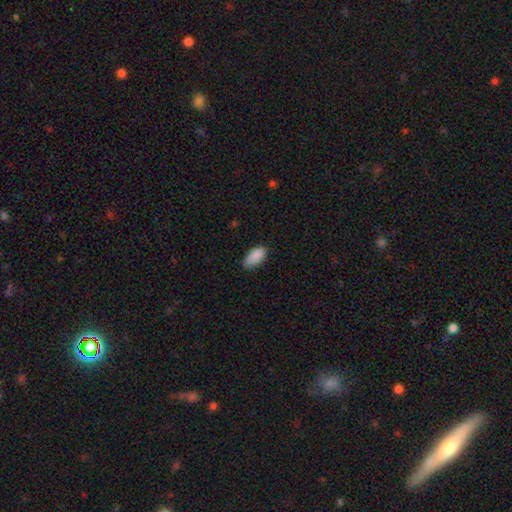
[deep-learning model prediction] This is clearly a smooth galaxy (89%). How rounded: clearly in between (92%). Merging: likely none (76%).